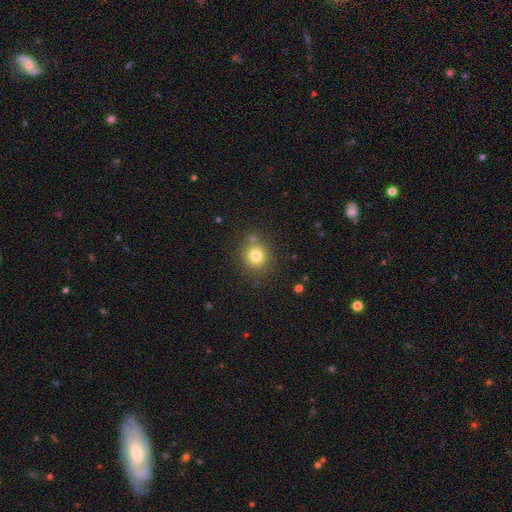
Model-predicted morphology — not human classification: Smooth or featured? Predicted: smooth (p=0.79). How rounded? Predicted: round (p=0.89). Merging? Predicted: none (p=0.80).